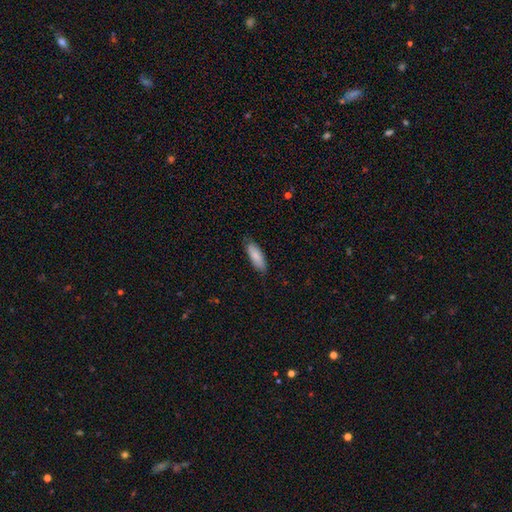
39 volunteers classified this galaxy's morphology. type=smooth (90%); roundness=cigar-shaped (63%); merging=none (84%).